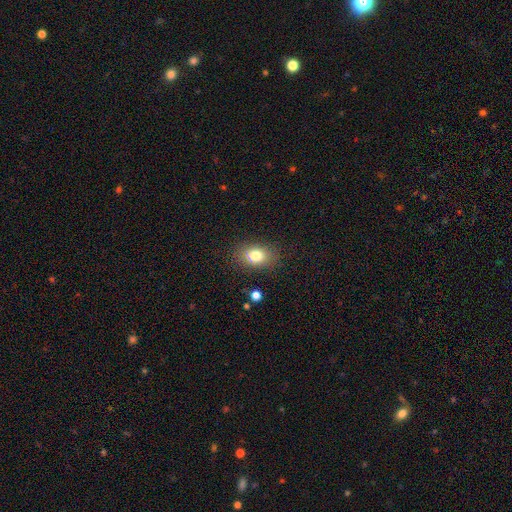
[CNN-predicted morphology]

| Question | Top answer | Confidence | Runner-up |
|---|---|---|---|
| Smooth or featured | smooth | 78% | featured or disk (11%) |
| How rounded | in between | 74% | round (25%) |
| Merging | none | 82% | minor disturbance (13%) |